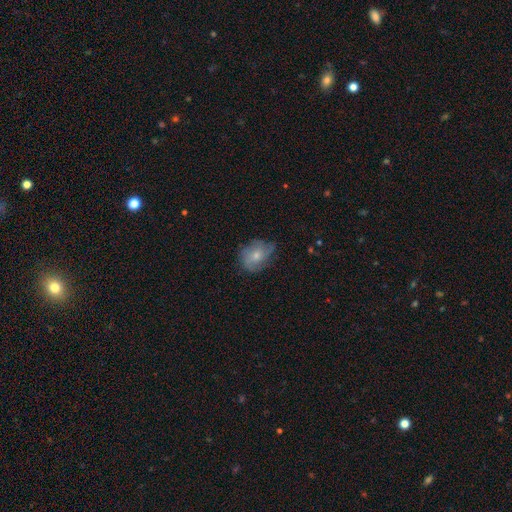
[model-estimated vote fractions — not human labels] A featured or disk galaxy (46%). Merging: none (62%).